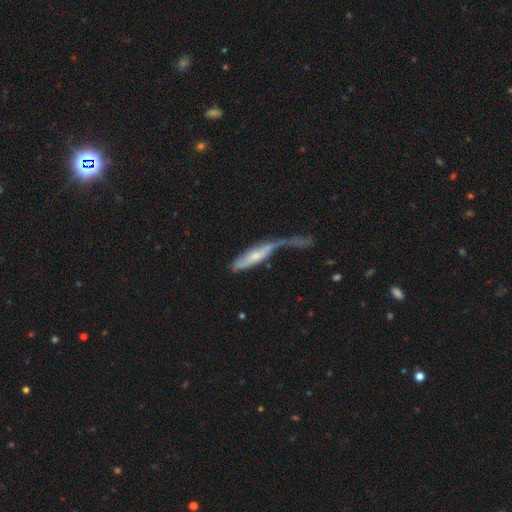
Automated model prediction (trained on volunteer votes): Q: Smooth or featured?
A: featured or disk (50%); runner-up: smooth (43%)
Q: Edge-on disk?
A: no (59%); runner-up: yes (41%)
Q: Merging?
A: major disturbance (44%); runner-up: merger (23%)